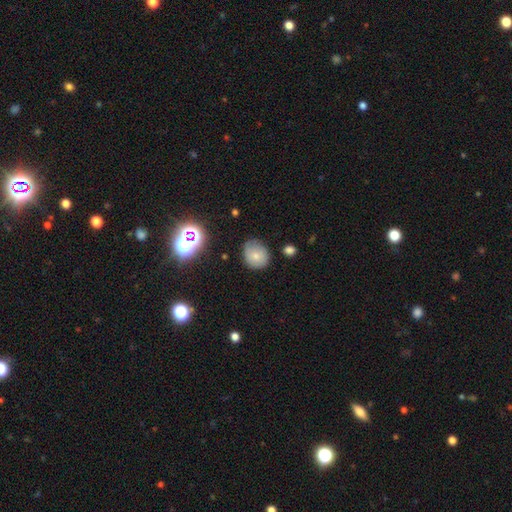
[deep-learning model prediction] smooth_or_featured: smooth (p=0.69) [alt: featured or disk p=0.18]
how_rounded: round (p=0.69) [alt: in between p=0.30]
merging: none (p=0.63) [alt: minor disturbance p=0.28]